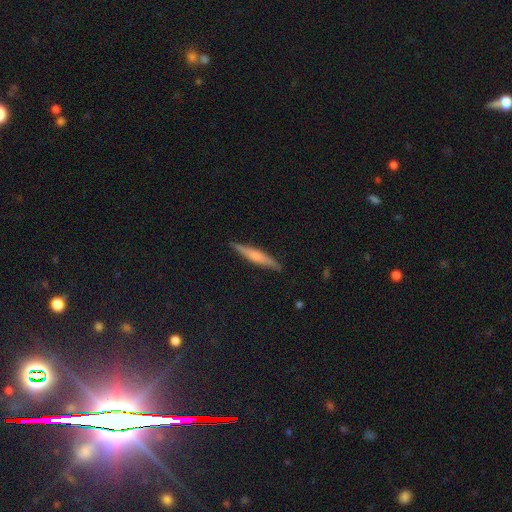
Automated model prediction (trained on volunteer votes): Smooth or featured? Predicted: featured or disk (p=0.48). Merging? Predicted: none (p=0.88).